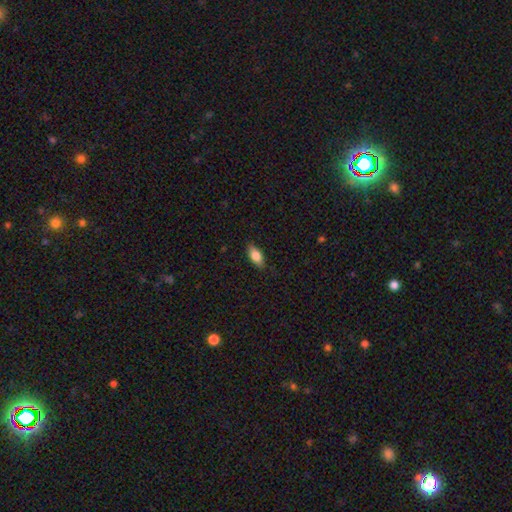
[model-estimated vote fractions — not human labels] smooth 80%, featured or disk 13%, star or artifact 7%. Down the decision tree: how rounded — in between (84%); merging — none (84%).